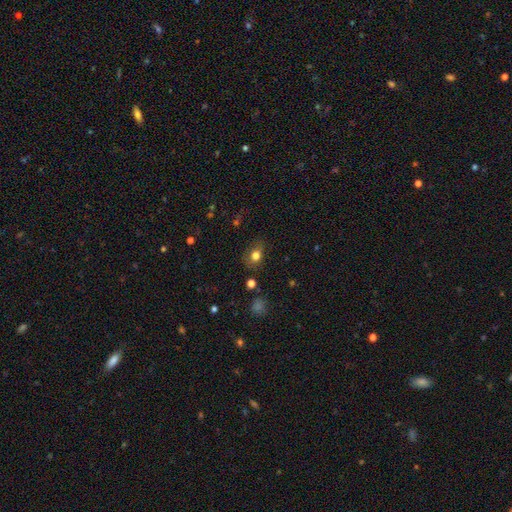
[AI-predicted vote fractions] Smooth or featured? smooth (77%)
How rounded? in between (54%)
Merging? none (72%)